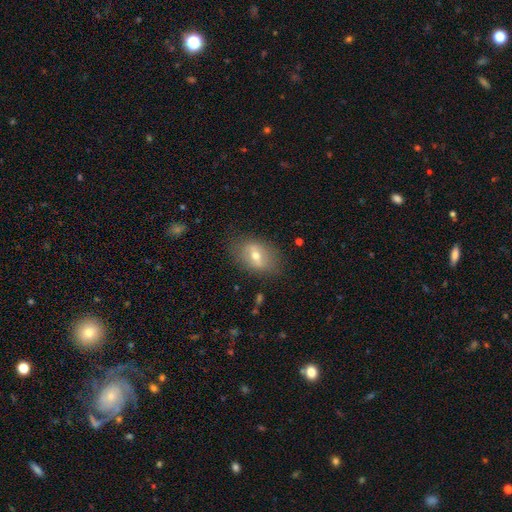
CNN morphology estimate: featured or disk 49%, smooth 42%, star or artifact 9%. Down the decision tree: merging — none (79%).